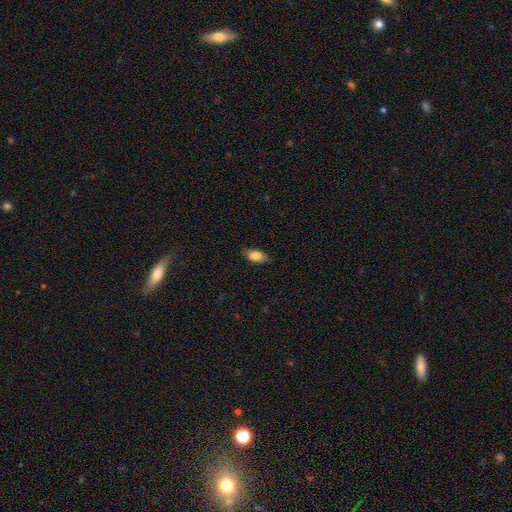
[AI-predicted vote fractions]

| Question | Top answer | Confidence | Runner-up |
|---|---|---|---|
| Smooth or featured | smooth | 83% | featured or disk (10%) |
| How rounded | in between | 87% | cigar-shaped (7%) |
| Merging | none | 81% | minor disturbance (15%) |